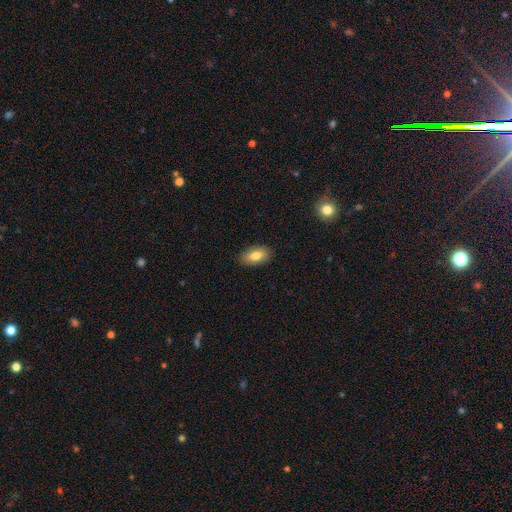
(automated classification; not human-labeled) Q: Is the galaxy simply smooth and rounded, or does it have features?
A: smooth — 79%.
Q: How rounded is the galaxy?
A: in between — 91%.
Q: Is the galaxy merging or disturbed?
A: none — 87%.